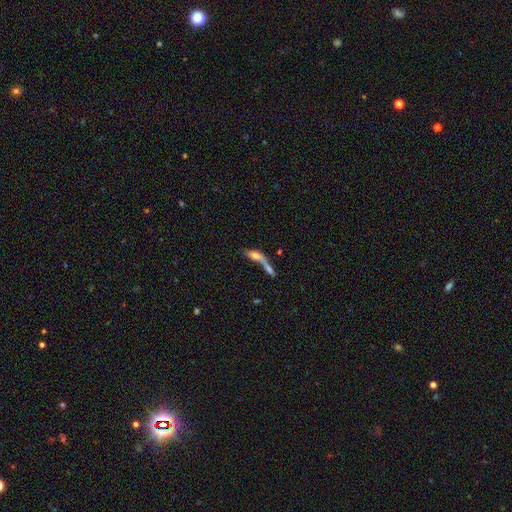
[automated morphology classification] This is possibly a smooth galaxy (56%). How rounded: possibly in between (50%). Merging: possibly merger (58%).